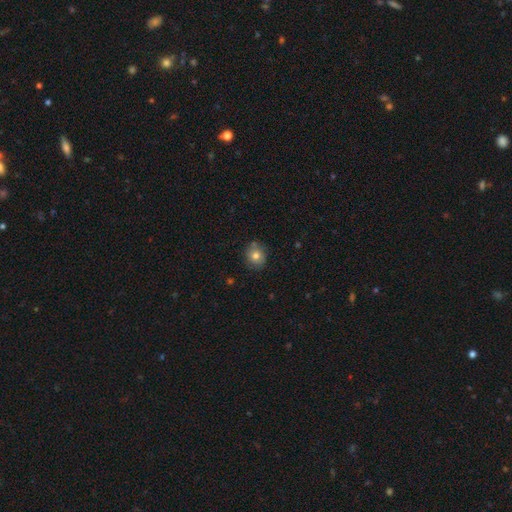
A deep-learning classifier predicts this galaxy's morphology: The model was most divided on "how rounded": round: 80%, in between: 19%, cigar-shaped: 1%. More confident: merging — none (80%); smooth or featured — smooth (77%).